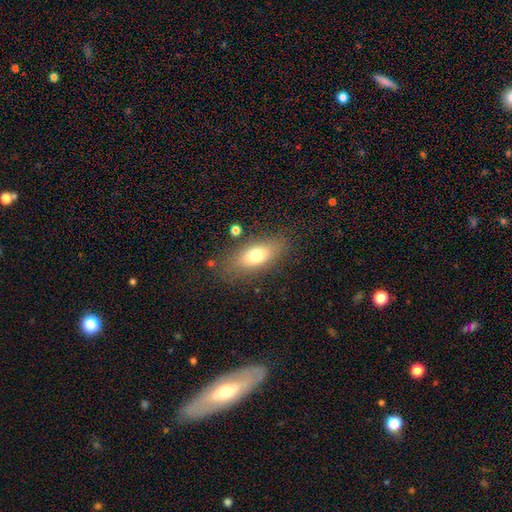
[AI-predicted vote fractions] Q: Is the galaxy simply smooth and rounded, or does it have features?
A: smooth — 73%.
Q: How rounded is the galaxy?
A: in between — 77%.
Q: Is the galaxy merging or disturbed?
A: none — 79%.